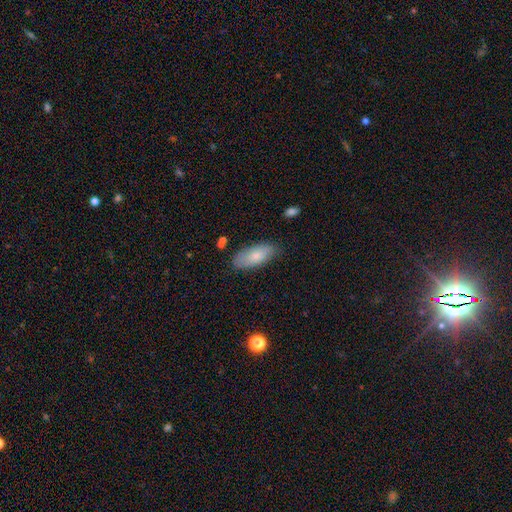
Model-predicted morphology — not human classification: Smooth or featured?
  - smooth: 80% *
  - featured or disk: 14%
  - star or artifact: 6%
How rounded?
  - in between: 85% *
  - cigar-shaped: 13%
  - round: 2%
Merging?
  - none: 79% *
  - minor disturbance: 16%
  - major disturbance: 3%
  - merger: 2%